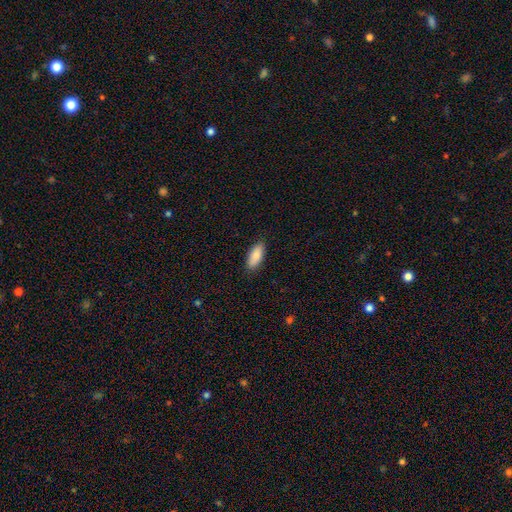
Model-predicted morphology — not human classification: type=smooth (87%); roundness=in between (81%); merging=none (87%).